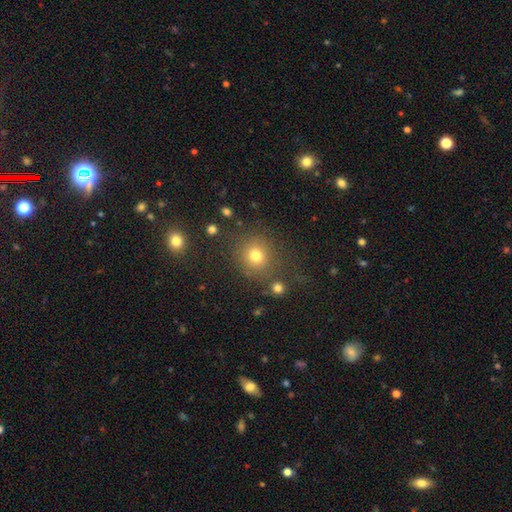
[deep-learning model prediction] Smooth or featured? Predicted: smooth (p=0.74). How rounded? Predicted: round (p=0.87). Merging? Predicted: none (p=0.76).